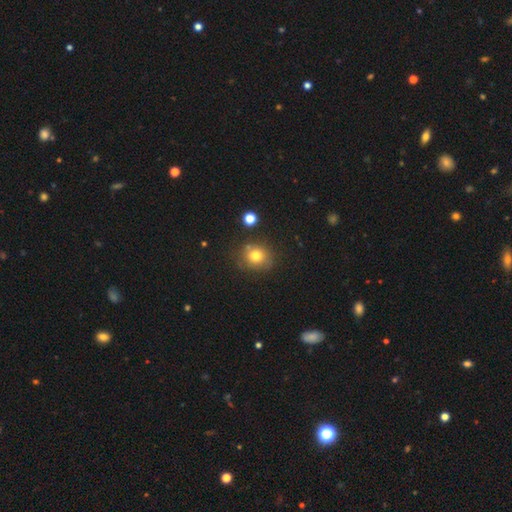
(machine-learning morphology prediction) Smooth or featured? smooth (77%)
How rounded? round (80%)
Merging? none (75%)